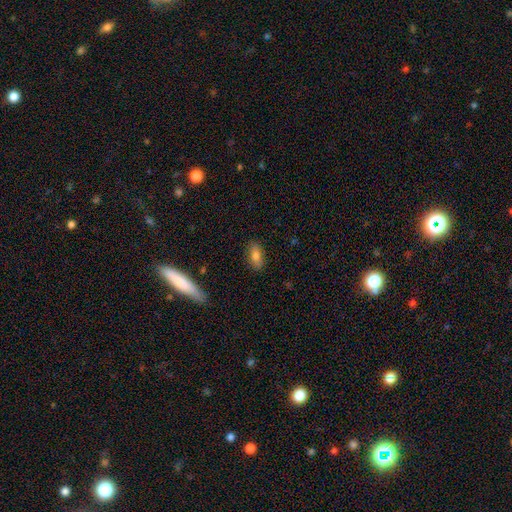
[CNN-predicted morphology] Smooth or featured? smooth (78%)
How rounded? in between (85%)
Merging? none (86%)